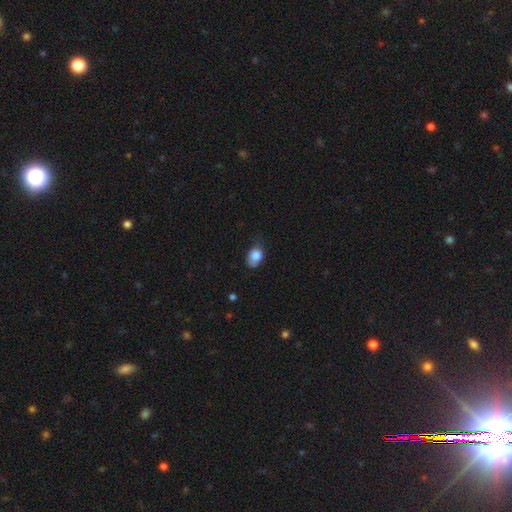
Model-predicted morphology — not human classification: Smooth or featured? Predicted: smooth (p=0.81). How rounded? Predicted: in between (p=0.71). Merging? Predicted: none (p=0.44).